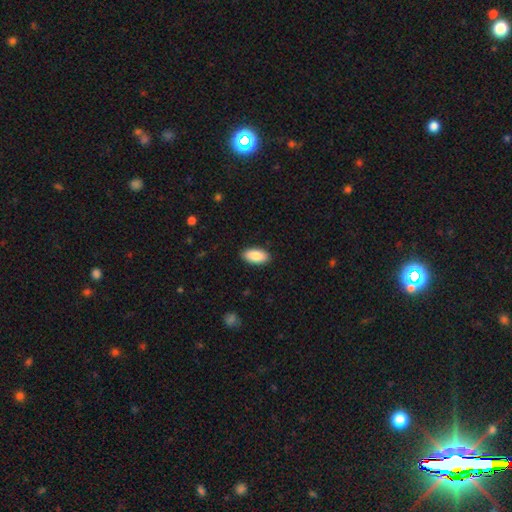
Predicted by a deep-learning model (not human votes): Morphology: type=smooth (89%); roundness=in between (94%); merging=none (89%).